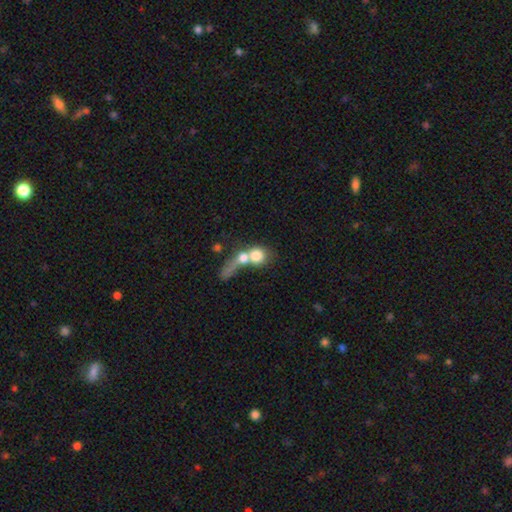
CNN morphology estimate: This appears to be a smooth galaxy with no disk features (67%) that is round (66%). Merging: merger (66%).